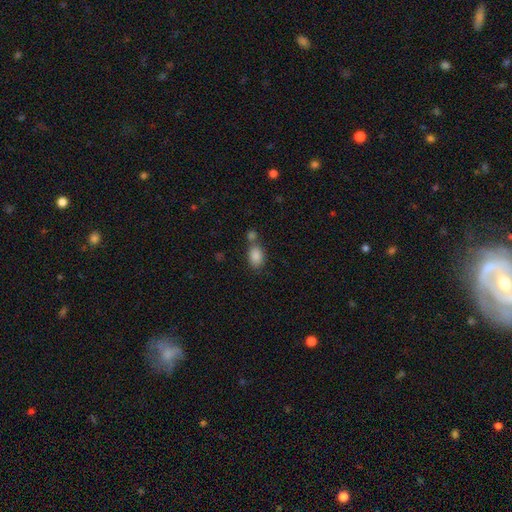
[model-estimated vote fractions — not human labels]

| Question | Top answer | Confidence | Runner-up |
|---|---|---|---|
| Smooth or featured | smooth | 86% | star or artifact (9%) |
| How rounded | in between | 84% | round (14%) |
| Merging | none | 53% | merger (30%) |